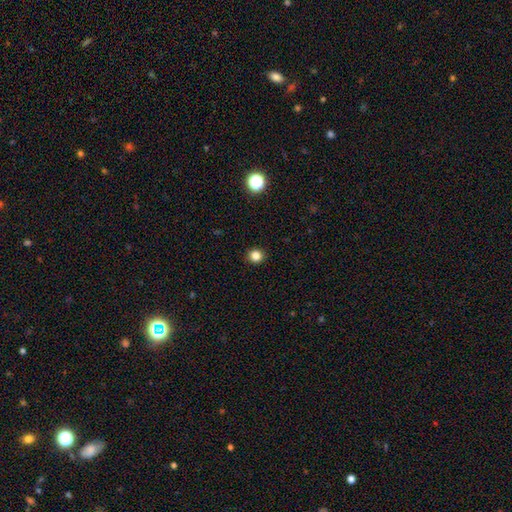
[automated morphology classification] This appears to be a smooth galaxy with no disk features (82%) that is round (91%). Merging: none (92%).